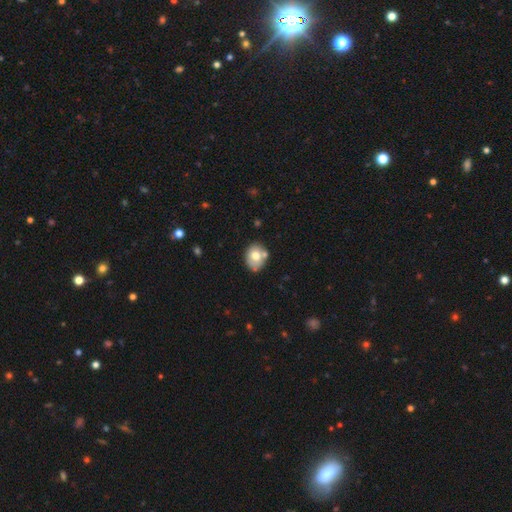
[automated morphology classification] smooth_or_featured: smooth (p=0.70) [alt: featured or disk p=0.22]
how_rounded: in between (p=0.51) [alt: round p=0.48]
merging: none (p=0.63) [alt: minor disturbance p=0.17]